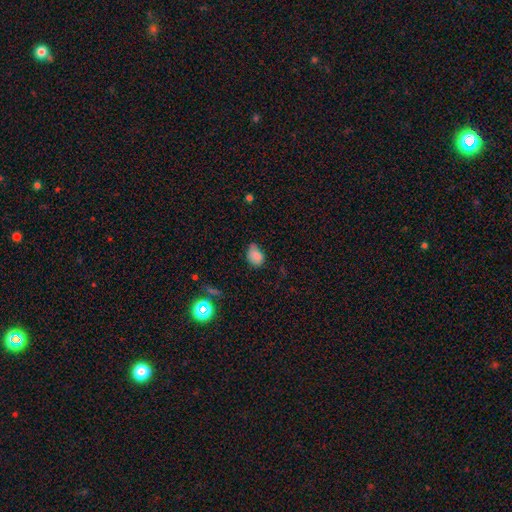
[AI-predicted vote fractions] Overall: smooth (82%). How rounded: in between (74%). Merging: none (48%; minor disturbance 40%).